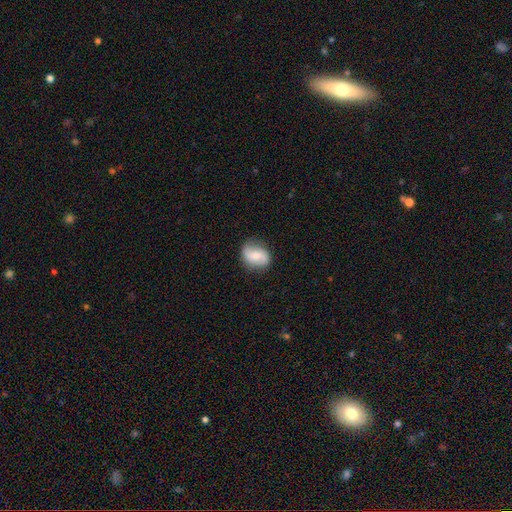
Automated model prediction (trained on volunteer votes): Smooth or featured? Predicted: featured or disk (p=0.52). Edge-on disk? Predicted: no (p=0.97). Bar? Predicted: no (p=0.48). Spiral arms? Predicted: yes (p=0.87). Bulge size? Predicted: moderate (p=0.51). Merging? Predicted: none (p=0.79).